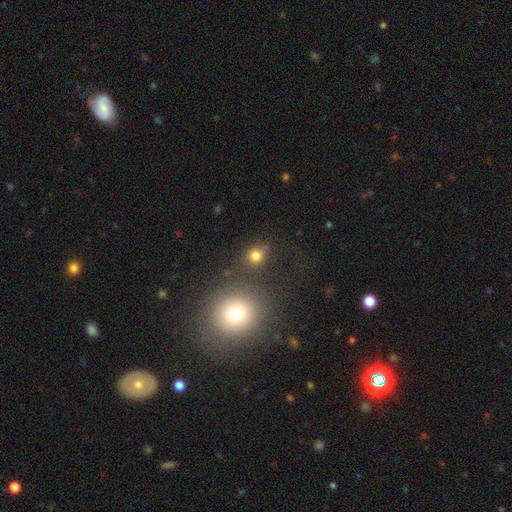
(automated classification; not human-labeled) smooth_or_featured: smooth (p=0.77) [alt: star or artifact p=0.16]
how_rounded: round (p=0.82) [alt: in between p=0.17]
merging: none (p=0.75) [alt: merger p=0.10]